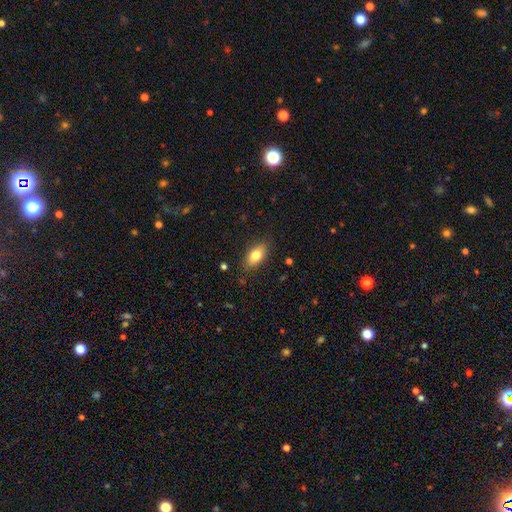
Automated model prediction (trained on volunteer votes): Overall: smooth (79%). How rounded: in between (88%). Merging: none (84%).